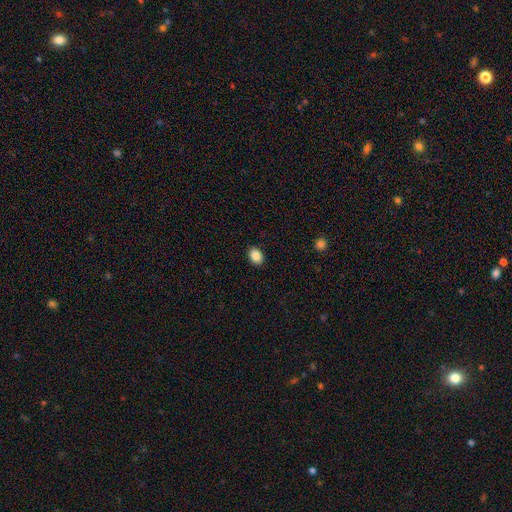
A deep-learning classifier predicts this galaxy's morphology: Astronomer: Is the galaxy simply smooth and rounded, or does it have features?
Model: smooth — 87%.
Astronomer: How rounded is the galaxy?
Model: in between — 73%.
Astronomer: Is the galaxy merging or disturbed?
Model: none — 90%.